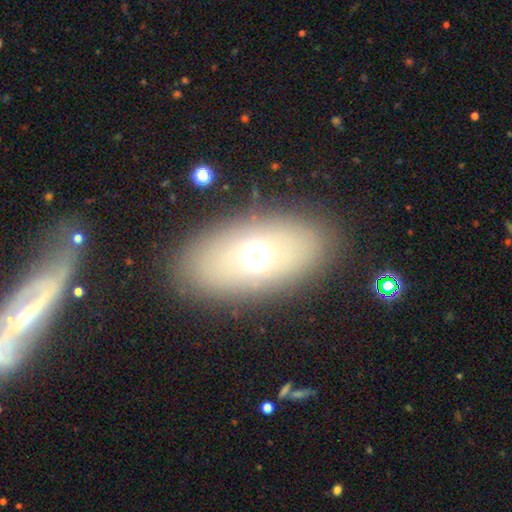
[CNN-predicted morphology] Smooth or featured? Predicted: smooth (p=0.59). How rounded? Predicted: in between (p=0.86). Merging? Predicted: none (p=0.84).